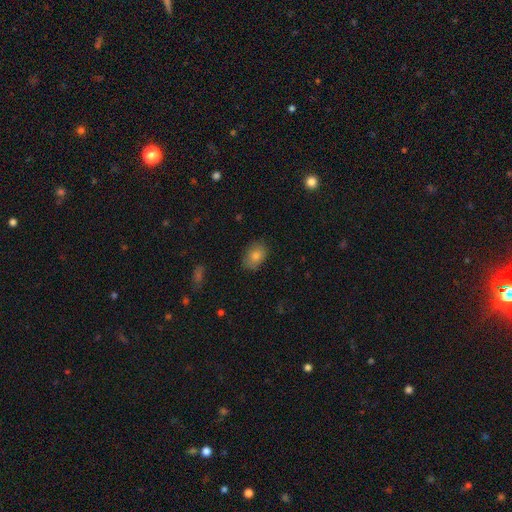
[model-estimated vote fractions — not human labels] The model was most divided on "how rounded": in between: 79%, round: 19%, cigar-shaped: 1%. More confident: merging — none (83%); smooth or featured — smooth (79%).